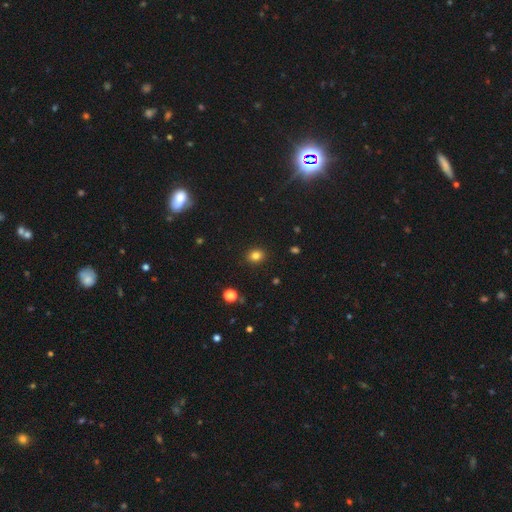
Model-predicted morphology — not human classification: type=smooth (83%); roundness=round (63%); merging=none (90%).